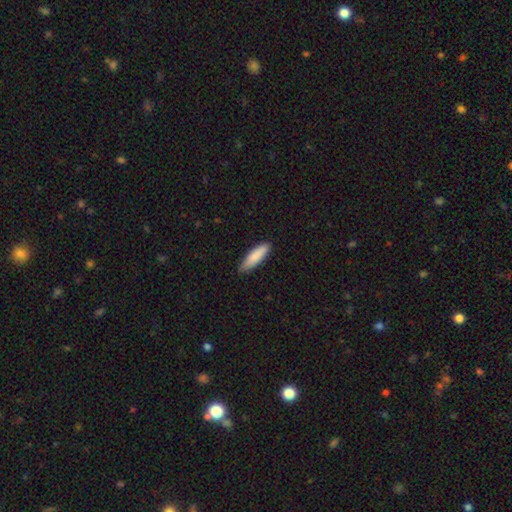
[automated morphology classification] Overall: smooth (86%). How rounded: cigar-shaped (64%; in between 35%). Merging: none (83%).